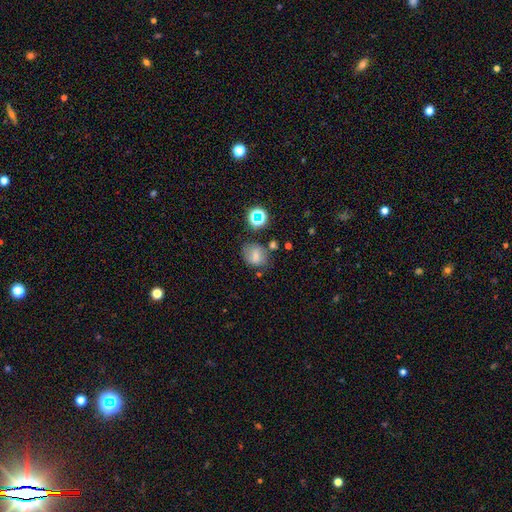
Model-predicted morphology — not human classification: Smooth or featured? Predicted: smooth (p=0.66). How rounded? Predicted: round (p=0.56). Merging? Predicted: none (p=0.66).